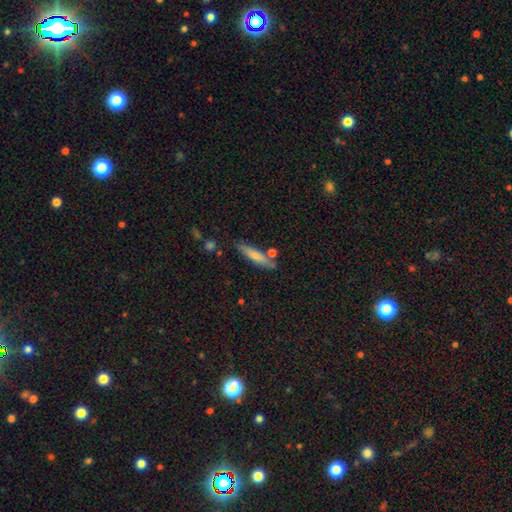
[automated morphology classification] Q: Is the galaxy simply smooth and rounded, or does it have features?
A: smooth — 68%.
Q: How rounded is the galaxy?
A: cigar-shaped — 82%.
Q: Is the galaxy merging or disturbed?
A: none — 76%.